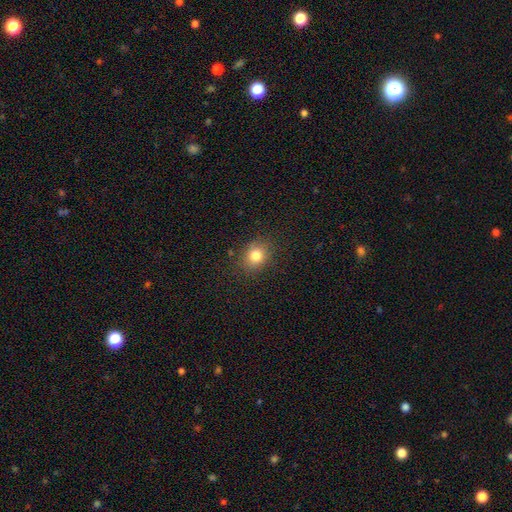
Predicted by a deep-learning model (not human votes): smooth_or_featured: smooth (p=0.80) [alt: star or artifact p=0.12]
how_rounded: round (p=0.59) [alt: in between p=0.40]
merging: none (p=0.84) [alt: minor disturbance p=0.11]